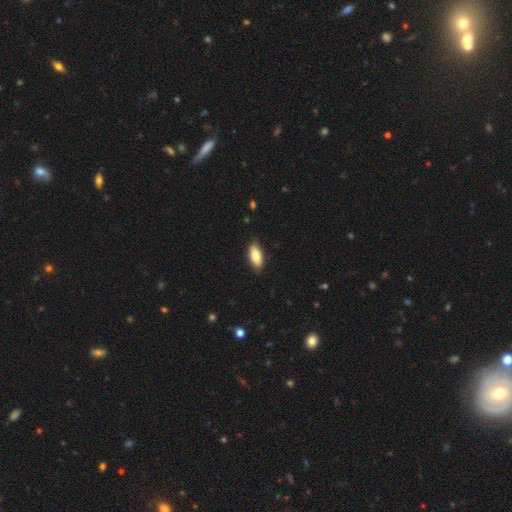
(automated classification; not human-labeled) This is clearly a smooth galaxy (83%). How rounded: clearly in between (85%). Merging: clearly none (88%).